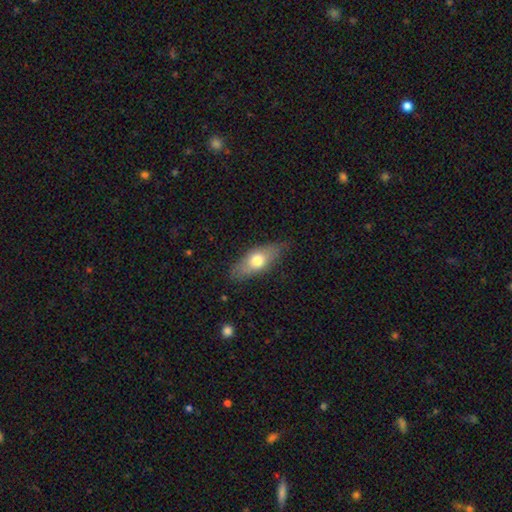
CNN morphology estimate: Smooth or featured: smooth — 57% (featured or disk — 37%)
How rounded: in between — 68% (cigar-shaped — 28%)
Merging: none — 82% (minor disturbance — 14%)